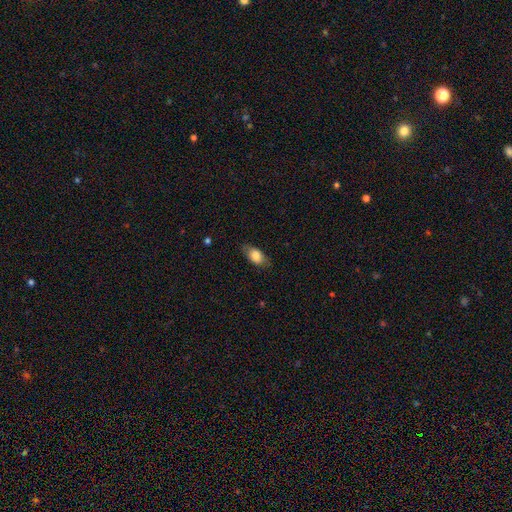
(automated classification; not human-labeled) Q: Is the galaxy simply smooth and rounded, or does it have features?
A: smooth — 79%.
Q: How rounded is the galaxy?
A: in between — 88%.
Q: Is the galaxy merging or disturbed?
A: none — 78%.